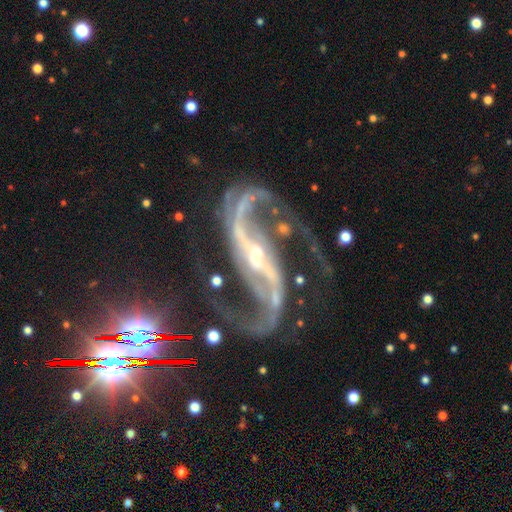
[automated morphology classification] The model was most divided on "bar": strong: 57%, weak: 28%, no: 15%. More confident: spiral arms — yes (99%); edge-on disk — no (97%); spiral arm count — 2 (94%); smooth or featured — featured or disk (92%); merging — none (67%); bulge size — small (62%); spiral winding — loose (61%).